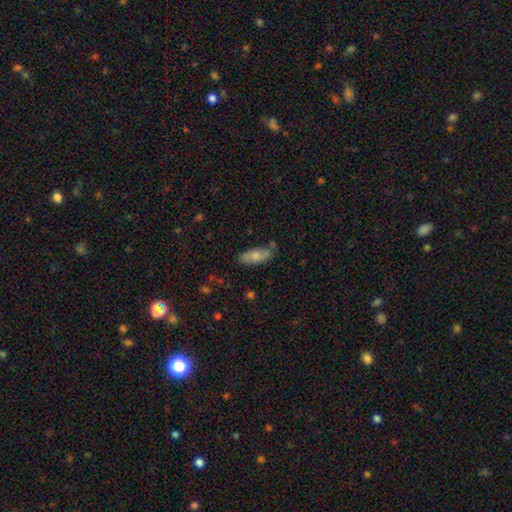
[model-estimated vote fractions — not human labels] The model was most divided on "merging": none: 69%, minor disturbance: 22%, major disturbance: 5%, merger: 4%. More confident: how rounded — in between (83%); smooth or featured — smooth (75%).